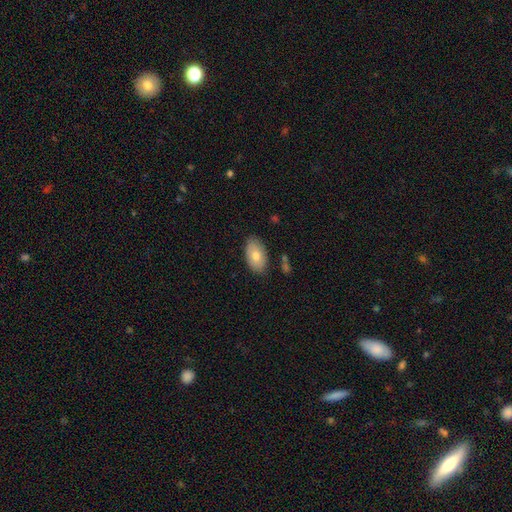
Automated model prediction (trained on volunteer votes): smooth_or_featured: smooth (p=0.74) [alt: featured or disk p=0.20]
how_rounded: in between (p=0.94) [alt: round p=0.05]
merging: none (p=0.82) [alt: minor disturbance p=0.13]